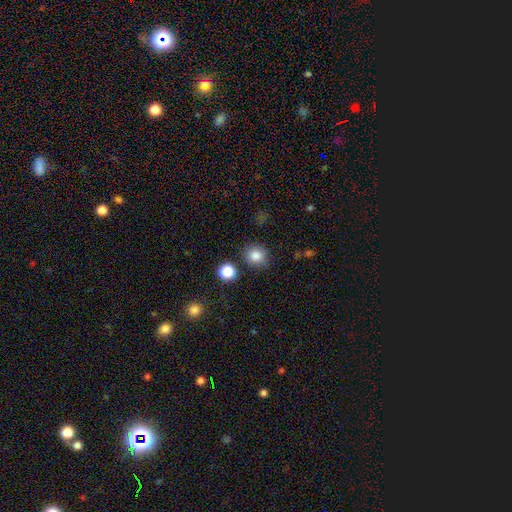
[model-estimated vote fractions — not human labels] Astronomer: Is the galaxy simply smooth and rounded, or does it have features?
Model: smooth — 84%.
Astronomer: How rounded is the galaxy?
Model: round — 79%.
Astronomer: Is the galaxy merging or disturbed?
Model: none — 82%.